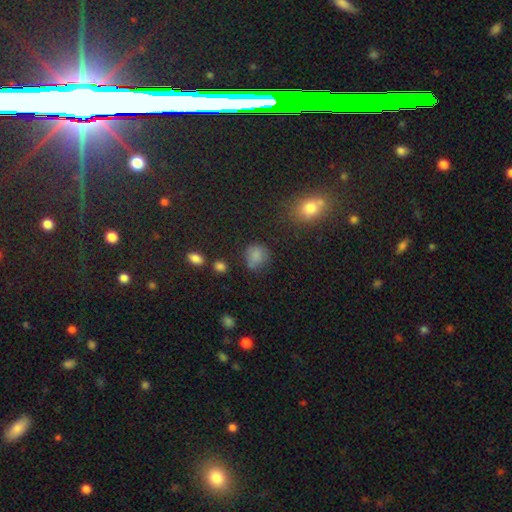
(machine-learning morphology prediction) This is likely a smooth galaxy (77%). How rounded: likely round (75%). Merging: likely none (62%).